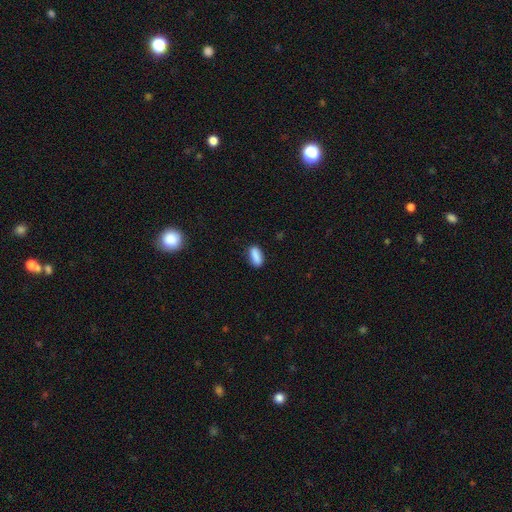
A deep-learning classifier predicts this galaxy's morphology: type=smooth (87%); roundness=in between (78%); merging=none (83%).